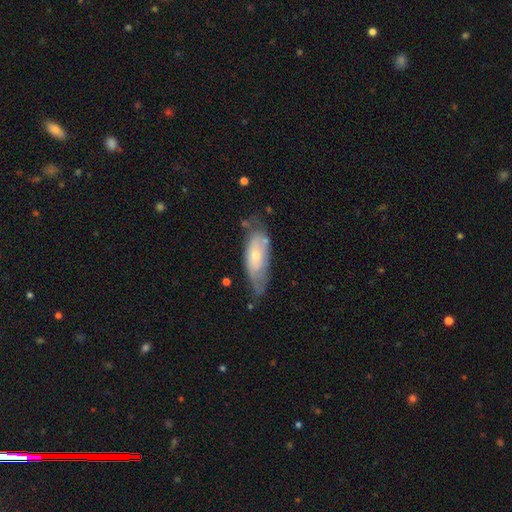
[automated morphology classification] The model was most divided on "smooth or featured": featured or disk: 49%, smooth: 44%, star or artifact: 6%. More confident: merging — none (51%).